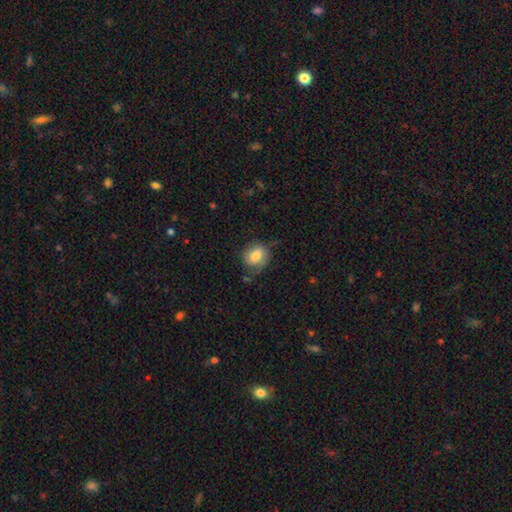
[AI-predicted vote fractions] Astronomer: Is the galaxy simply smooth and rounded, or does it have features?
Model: smooth — 74%.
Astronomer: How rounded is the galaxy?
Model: in between — 55% (runner-up: round, 44%).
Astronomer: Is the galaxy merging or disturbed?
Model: none — 54% (runner-up: minor disturbance, 29%).